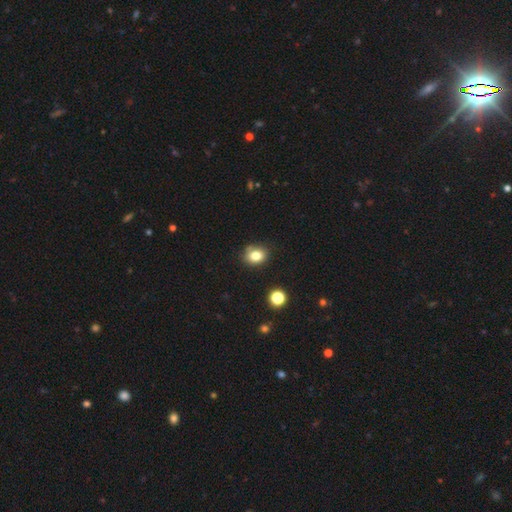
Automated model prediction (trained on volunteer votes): The model was most divided on "how rounded": in between: 51%, round: 48%, cigar-shaped: 1%. More confident: smooth or featured — smooth (81%); merging — none (76%).